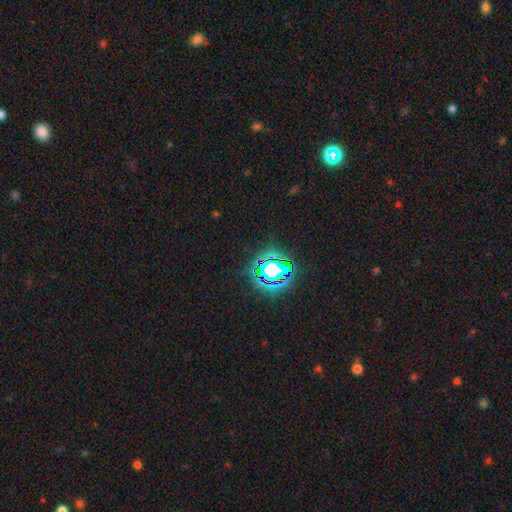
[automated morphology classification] Smooth or featured?
  - star or artifact: 78% *
  - smooth: 15%
  - featured or disk: 7%